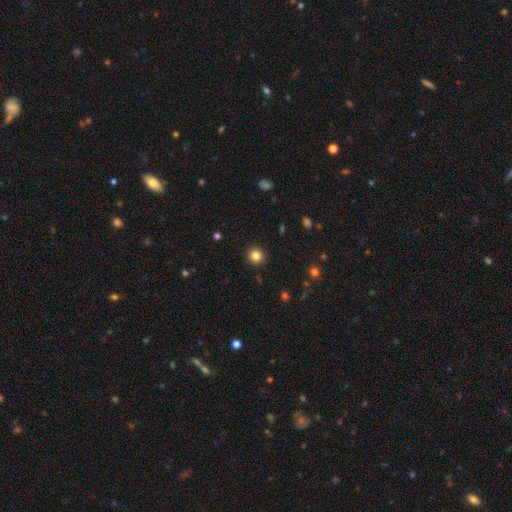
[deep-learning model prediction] Smooth or featured? Predicted: smooth (p=0.84). How rounded? Predicted: round (p=0.93). Merging? Predicted: none (p=0.92).